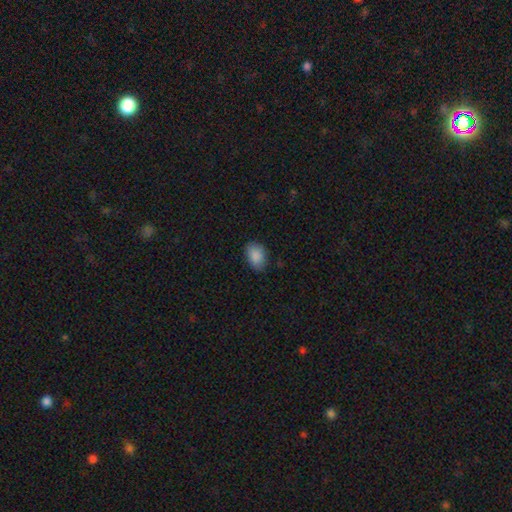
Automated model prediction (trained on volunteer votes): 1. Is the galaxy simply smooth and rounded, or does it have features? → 89% smooth, 7% star or artifact, 4% featured or disk.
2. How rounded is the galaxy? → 82% in between, 17% round, 1% cigar-shaped.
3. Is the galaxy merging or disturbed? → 82% none, 14% minor disturbance, 3% major disturbance, 1% merger.